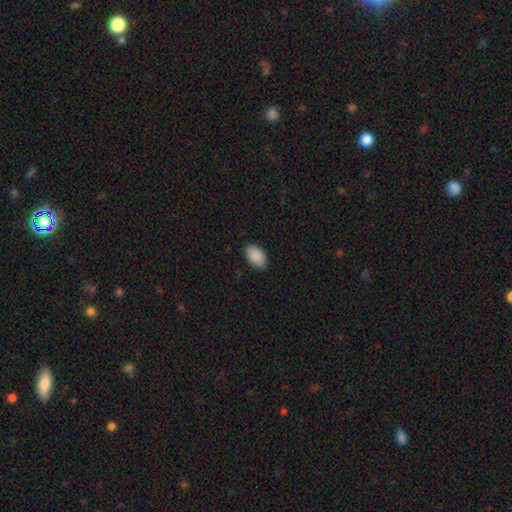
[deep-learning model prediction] Q: Smooth or featured?
A: smooth (90%); runner-up: star or artifact (7%)
Q: How rounded?
A: in between (93%); runner-up: round (6%)
Q: Merging?
A: none (85%); runner-up: minor disturbance (11%)